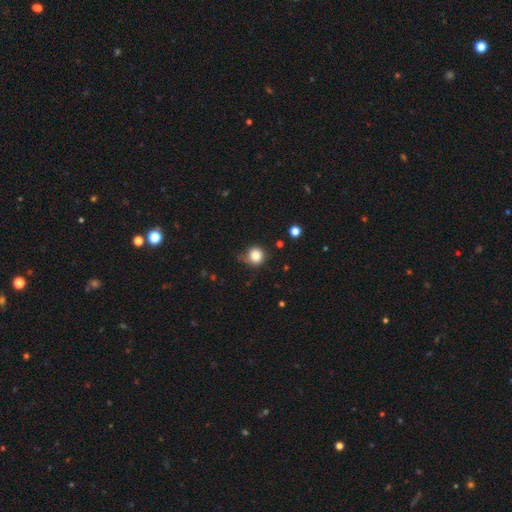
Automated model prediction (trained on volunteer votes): Smooth or featured? smooth (84%)
How rounded? round (90%)
Merging? none (64%)